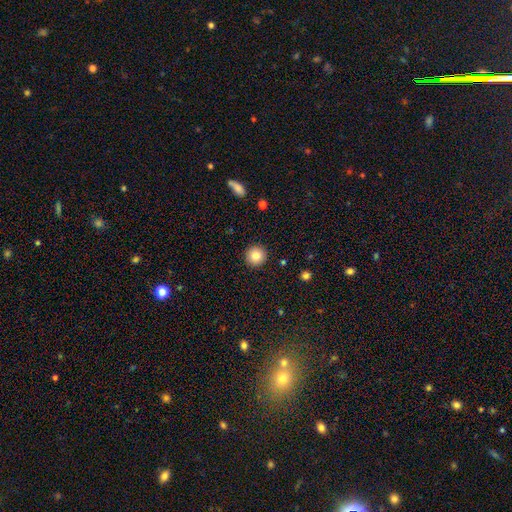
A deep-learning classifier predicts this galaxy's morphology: This is clearly a smooth galaxy (84%). How rounded: clearly round (96%). Merging: clearly none (93%).